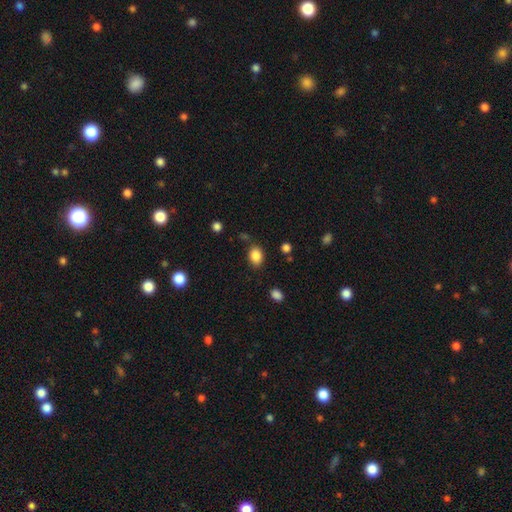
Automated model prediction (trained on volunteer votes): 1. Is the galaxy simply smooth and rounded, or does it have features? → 87% smooth, 9% star or artifact, 4% featured or disk.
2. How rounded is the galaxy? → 73% in between, 26% round, 1% cigar-shaped.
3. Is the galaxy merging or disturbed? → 78% none, 14% minor disturbance, 4% major disturbance, 4% merger.